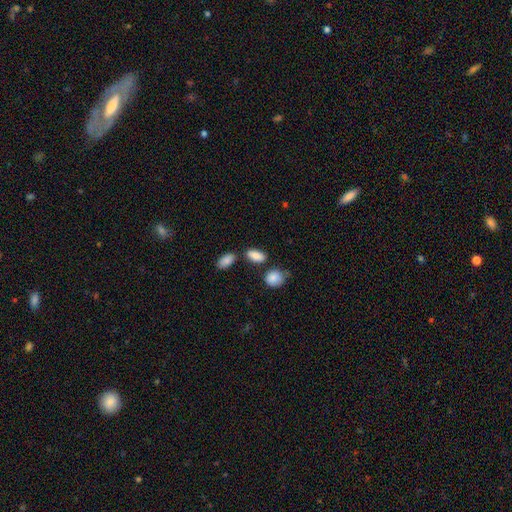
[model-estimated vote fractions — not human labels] smooth_or_featured: smooth (p=0.84) [alt: star or artifact p=0.08]
how_rounded: in between (p=0.87) [alt: cigar-shaped p=0.07]
merging: none (p=0.69) [alt: minor disturbance p=0.16]